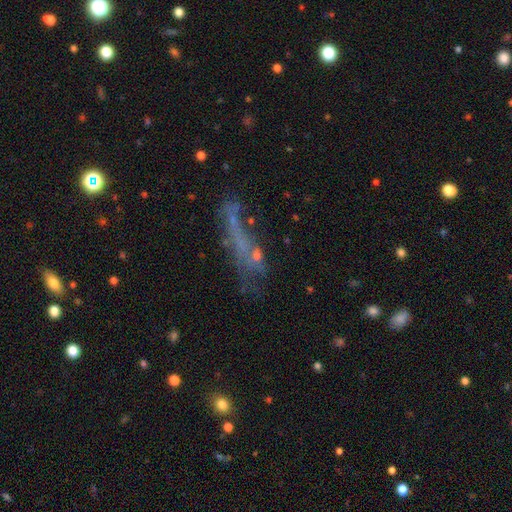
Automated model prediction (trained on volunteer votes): Morphology: type=smooth (41%); merging=none (37%).